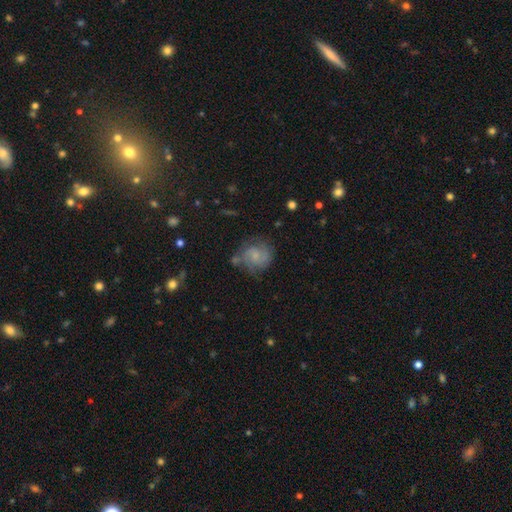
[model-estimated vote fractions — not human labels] The model was most divided on "smooth or featured": featured or disk: 56%, smooth: 35%, star or artifact: 9%. More confident: edge-on disk — no (98%); spiral arms — yes (86%); bar — no (67%); merging — none (62%); bulge size — small (56%).